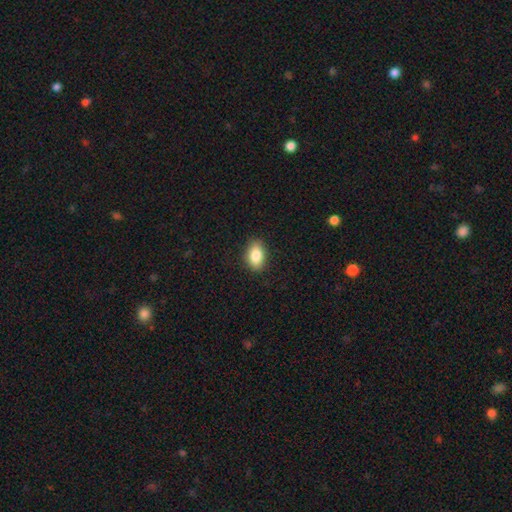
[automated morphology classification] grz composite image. It shows a smooth galaxy with no disk features (85%) that is in between round and cigar-shaped (88%). Merging: none (88%).